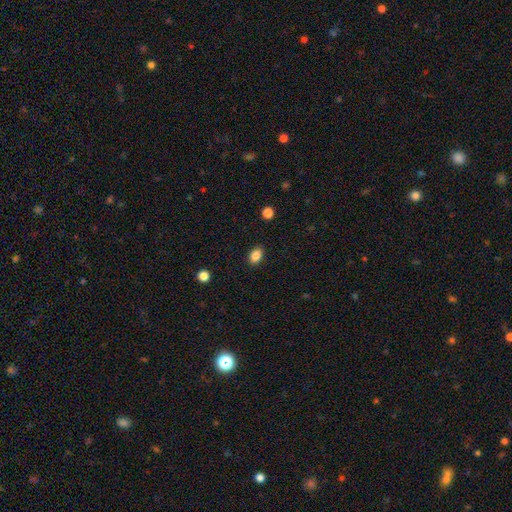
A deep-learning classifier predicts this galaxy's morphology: smooth-or-featured: smooth: 87% | star or artifact: 9% | featured or disk: 4%
  how-rounded: in between: 80% | round: 19% | cigar-shaped: 1%
  merging: none: 88% | minor disturbance: 8% | major disturbance: 2% | merger: 1%